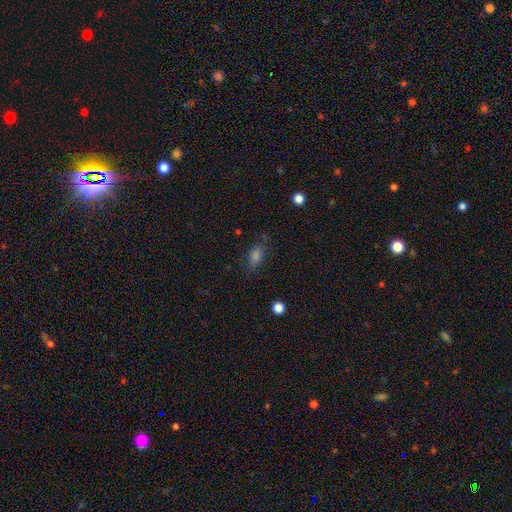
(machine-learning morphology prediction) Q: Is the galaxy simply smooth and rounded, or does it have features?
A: smooth — 69%.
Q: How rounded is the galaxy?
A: in between — 78%.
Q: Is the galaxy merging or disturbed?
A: none — 72%.